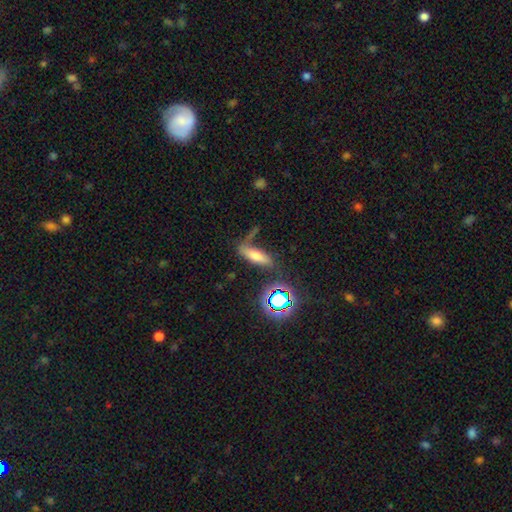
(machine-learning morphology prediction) Smooth or featured? Predicted: smooth (p=0.56). How rounded? Predicted: cigar-shaped (p=0.52). Merging? Predicted: none (p=0.55).